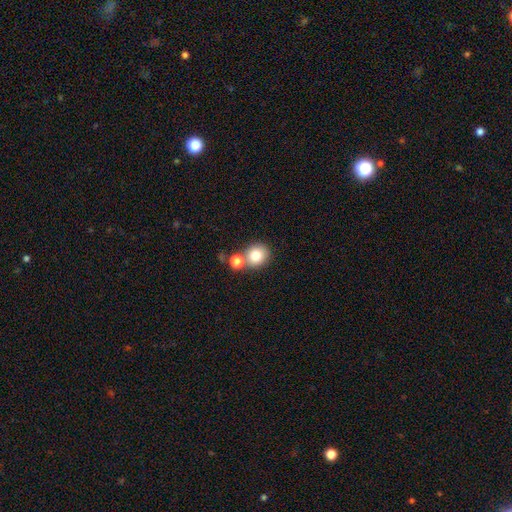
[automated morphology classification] This appears to be a smooth galaxy with no disk features (79%) that is round (81%). Merging: none (62%).